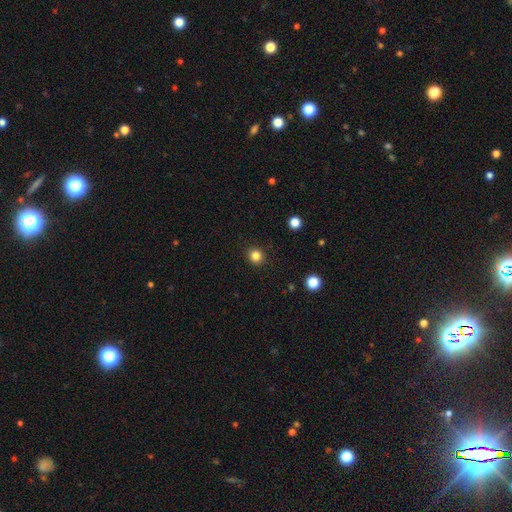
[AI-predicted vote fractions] A smooth galaxy with no disk features (83%) that is round (91%). Merging: none (92%).